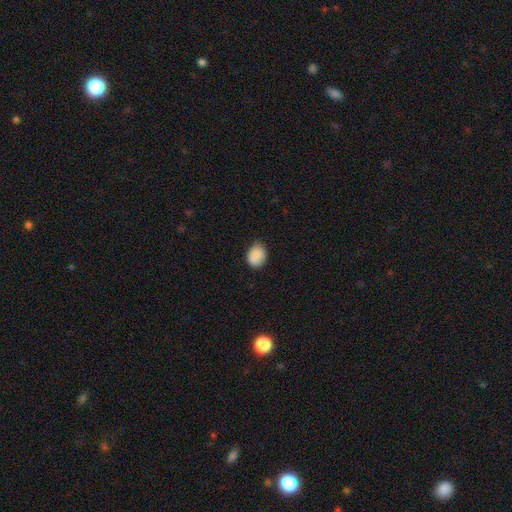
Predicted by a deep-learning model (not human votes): Smooth or featured?
  - smooth: 88% *
  - star or artifact: 8%
  - featured or disk: 4%
How rounded?
  - in between: 58% *
  - round: 41%
  - cigar-shaped: 1%
Merging?
  - none: 75% *
  - minor disturbance: 20%
  - major disturbance: 3%
  - merger: 1%